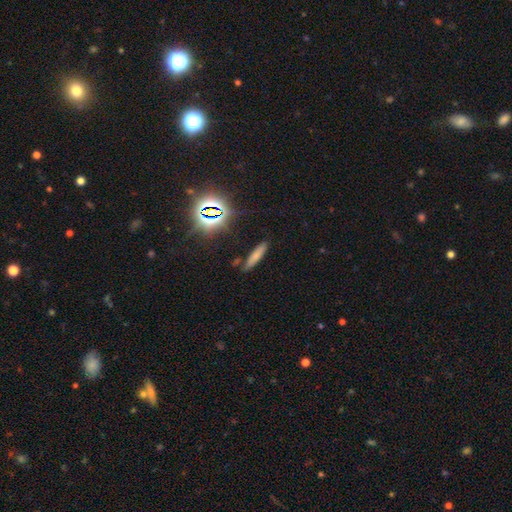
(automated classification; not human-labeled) This appears to be a smooth galaxy with no disk features (68%) that is cigar-shaped (82%). Merging: none (81%).